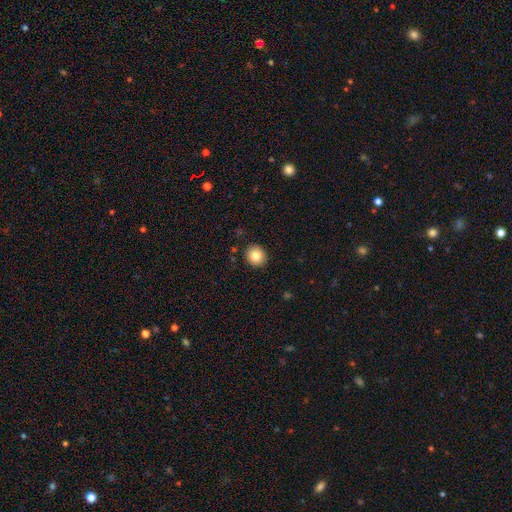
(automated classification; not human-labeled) smooth_or_featured: smooth (p=0.83) [alt: star or artifact p=0.09]
how_rounded: round (p=0.87) [alt: in between p=0.12]
merging: none (p=0.91) [alt: minor disturbance p=0.06]